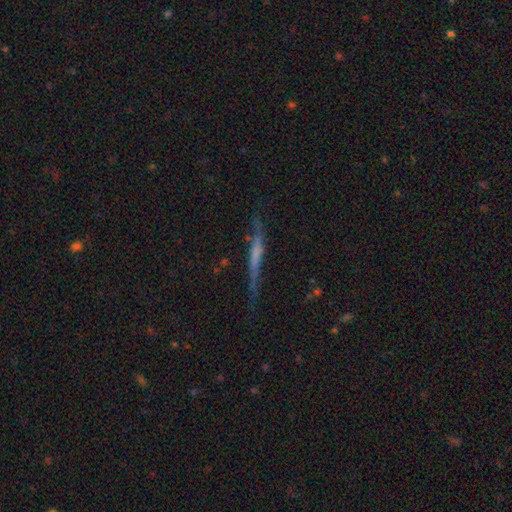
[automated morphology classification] A featured or disk galaxy (50%) viewed edge-on (88%). Merging: none (57%).